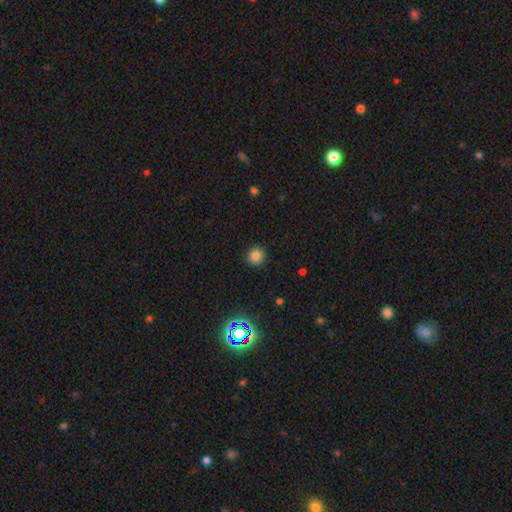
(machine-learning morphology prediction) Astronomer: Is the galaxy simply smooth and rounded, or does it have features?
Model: smooth — 81%.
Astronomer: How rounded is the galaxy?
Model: round — 89%.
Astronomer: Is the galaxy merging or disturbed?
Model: none — 91%.